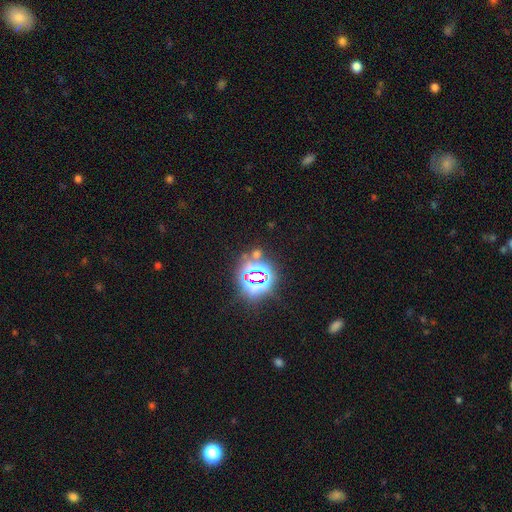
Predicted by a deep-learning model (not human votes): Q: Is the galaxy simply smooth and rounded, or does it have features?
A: star or artifact — 76%.